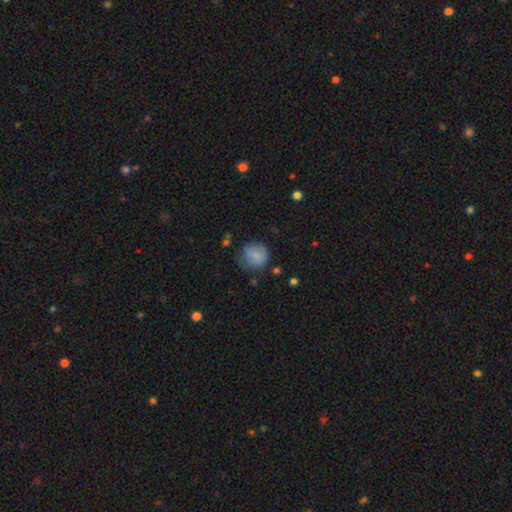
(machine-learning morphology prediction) Smooth or featured? Predicted: smooth (p=0.79). How rounded? Predicted: round (p=0.83). Merging? Predicted: none (p=0.63).